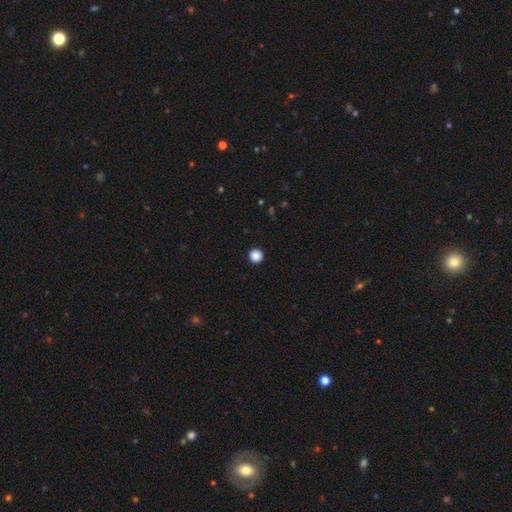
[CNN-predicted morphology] Q: Smooth or featured?
A: smooth (88%); runner-up: star or artifact (10%)
Q: How rounded?
A: round (96%); runner-up: in between (3%)
Q: Merging?
A: none (94%); runner-up: minor disturbance (4%)